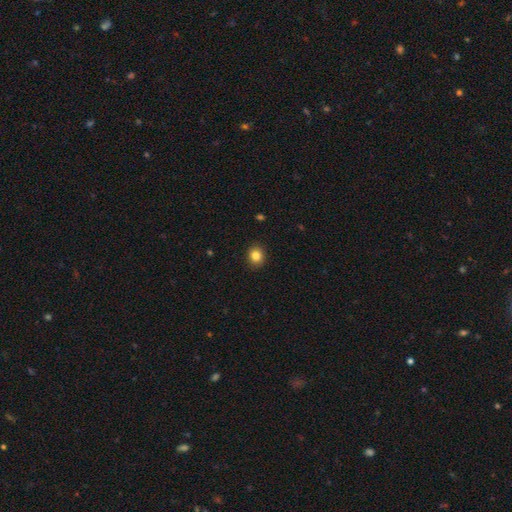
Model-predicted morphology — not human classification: smooth 84%, star or artifact 11%, featured or disk 6%. Down the decision tree: how rounded — round (75%); merging — none (91%).